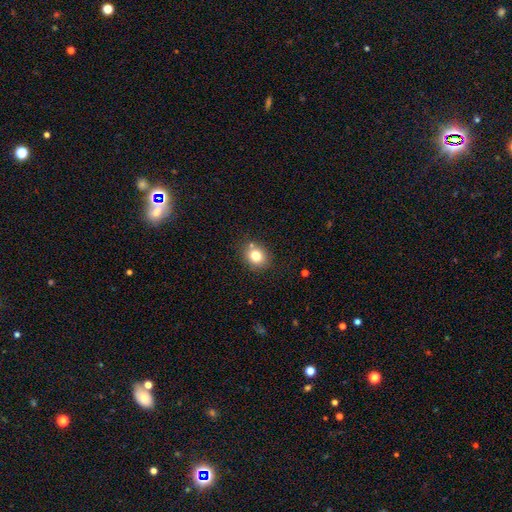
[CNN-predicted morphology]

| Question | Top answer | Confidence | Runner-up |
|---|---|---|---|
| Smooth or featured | smooth | 79% | star or artifact (11%) |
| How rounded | round | 68% | in between (32%) |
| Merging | none | 77% | minor disturbance (12%) |